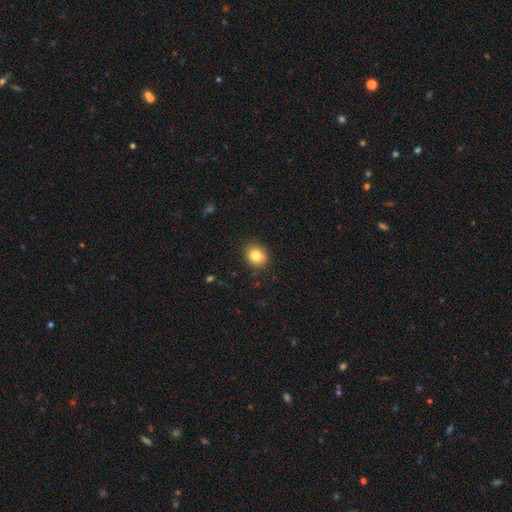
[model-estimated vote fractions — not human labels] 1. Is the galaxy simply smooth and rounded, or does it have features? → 82% smooth, 10% star or artifact, 8% featured or disk.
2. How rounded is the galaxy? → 66% round, 33% in between, 1% cigar-shaped.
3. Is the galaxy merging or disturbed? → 86% none, 10% minor disturbance, 2% major disturbance, 1% merger.